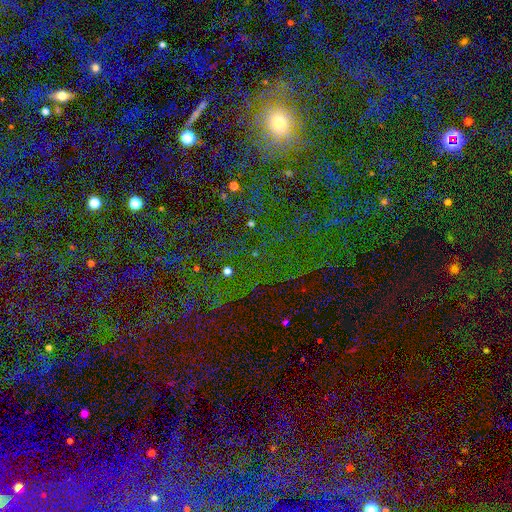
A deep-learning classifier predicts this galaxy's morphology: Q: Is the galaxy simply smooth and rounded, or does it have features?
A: star or artifact — 69%.